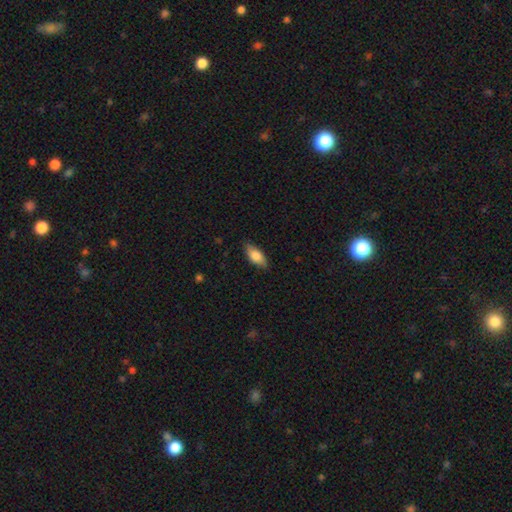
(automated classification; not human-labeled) Q: Smooth or featured?
A: smooth (79%); runner-up: featured or disk (15%)
Q: How rounded?
A: in between (86%); runner-up: cigar-shaped (11%)
Q: Merging?
A: none (85%); runner-up: minor disturbance (12%)